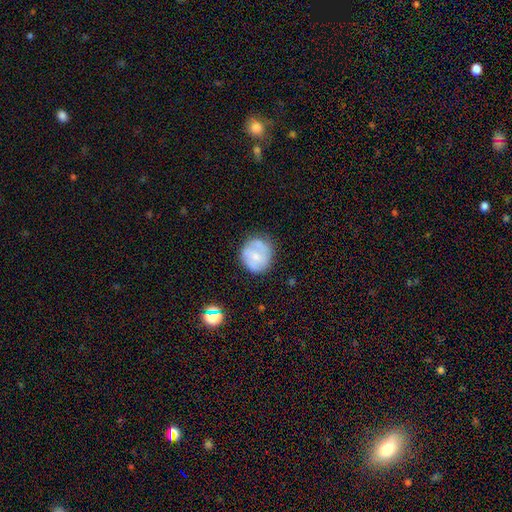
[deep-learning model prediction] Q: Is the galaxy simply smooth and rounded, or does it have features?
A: smooth — 52%.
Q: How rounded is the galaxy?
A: round — 78%.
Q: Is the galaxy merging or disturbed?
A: none — 61%.